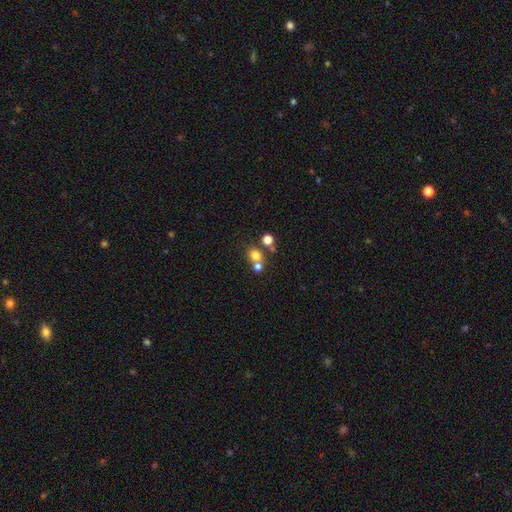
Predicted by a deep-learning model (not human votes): A smooth galaxy with no disk features (73%) that is round (78%). Merging: none (49%).